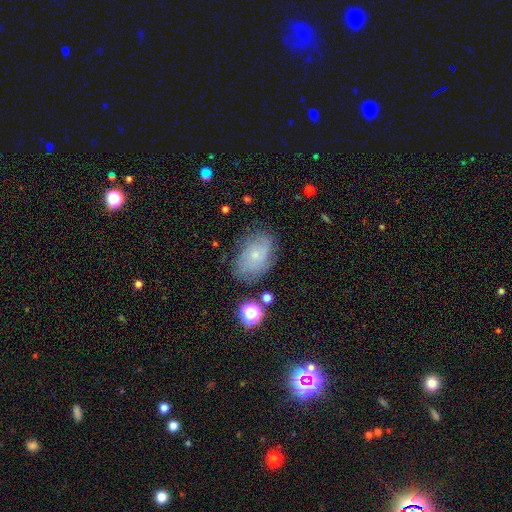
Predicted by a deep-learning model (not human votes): smooth 45%, featured or disk 43%, star or artifact 12%. Down the decision tree: merging — none (69%).